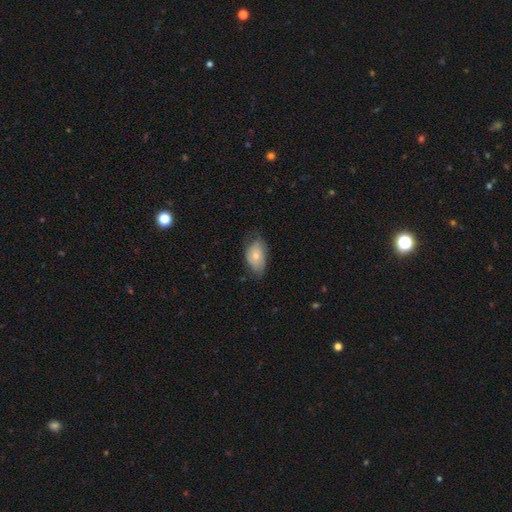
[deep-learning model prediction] smooth_or_featured: smooth (p=0.68) [alt: featured or disk p=0.26]
how_rounded: in between (p=0.90) [alt: round p=0.08]
merging: none (p=0.53) [alt: minor disturbance p=0.36]